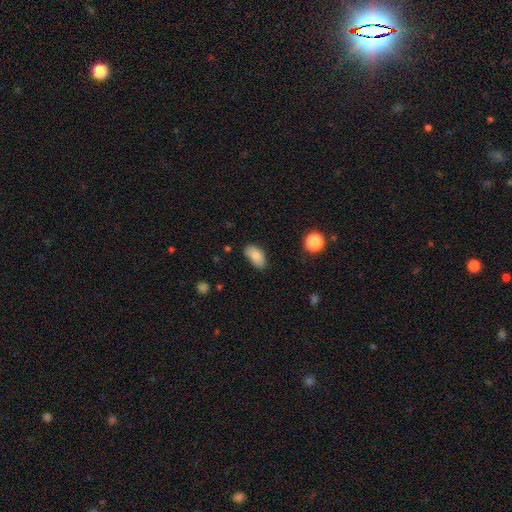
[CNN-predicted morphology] Overall: smooth (82%). How rounded: in between (93%). Merging: none (71%).